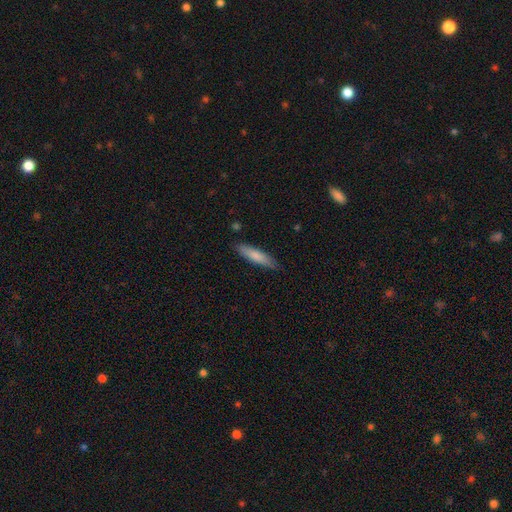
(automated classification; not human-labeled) Smooth or featured?
  - smooth: 79% *
  - featured or disk: 16%
  - star or artifact: 5%
How rounded?
  - cigar-shaped: 79% *
  - in between: 20%
  - round: 1%
Merging?
  - none: 85% *
  - minor disturbance: 11%
  - major disturbance: 2%
  - merger: 1%